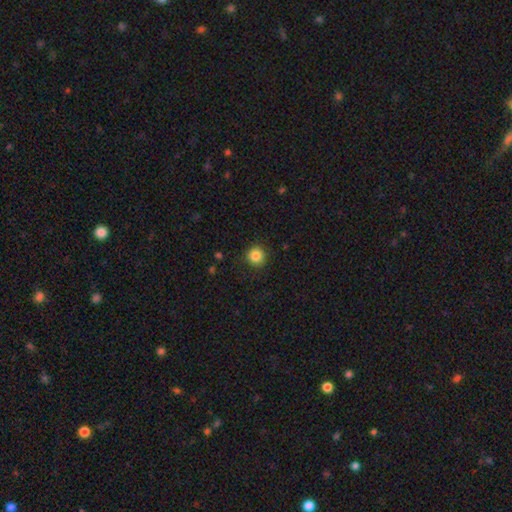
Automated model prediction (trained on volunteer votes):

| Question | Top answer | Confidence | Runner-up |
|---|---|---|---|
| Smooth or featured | smooth | 85% | star or artifact (11%) |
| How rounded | round | 93% | in between (6%) |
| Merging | none | 90% | minor disturbance (7%) |